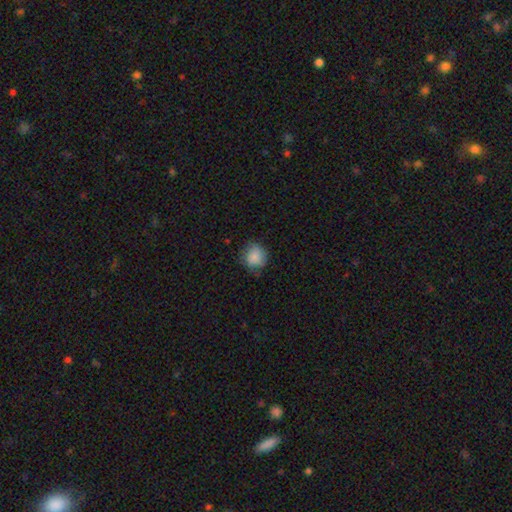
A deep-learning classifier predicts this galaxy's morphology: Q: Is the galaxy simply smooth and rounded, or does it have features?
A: smooth — 85%.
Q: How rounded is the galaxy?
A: round — 83%.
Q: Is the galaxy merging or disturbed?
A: none — 70%.